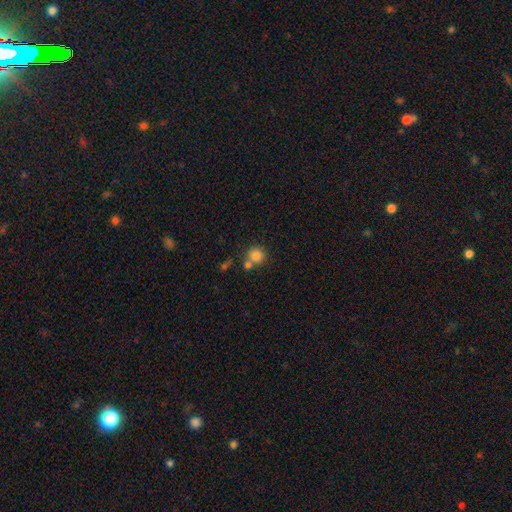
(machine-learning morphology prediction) type=smooth (83%); roundness=round (91%); merging=none (63%).